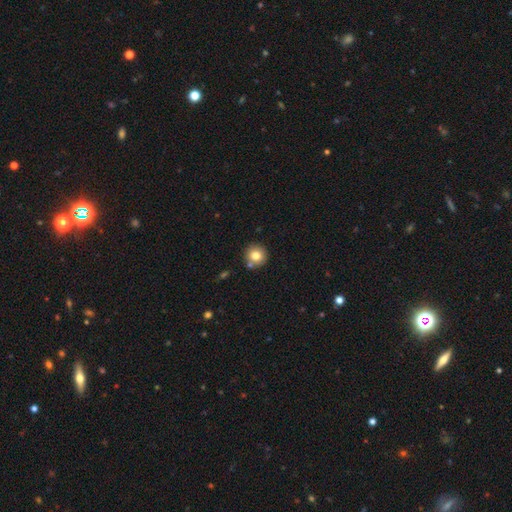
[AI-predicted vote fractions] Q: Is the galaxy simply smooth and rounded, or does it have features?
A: smooth — 78%.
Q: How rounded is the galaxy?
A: round — 94%.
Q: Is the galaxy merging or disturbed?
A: none — 79%.